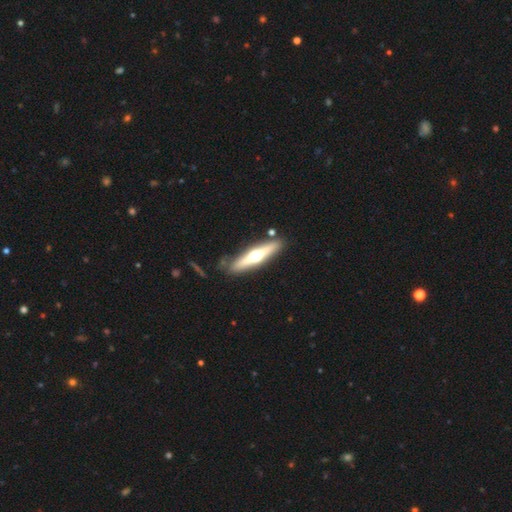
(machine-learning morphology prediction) This is likely a featured or disk galaxy (68%). It is clearly viewed edge-on (95%). Edge-on bulge: clearly rounded (95%). Merging: clearly none (83%).